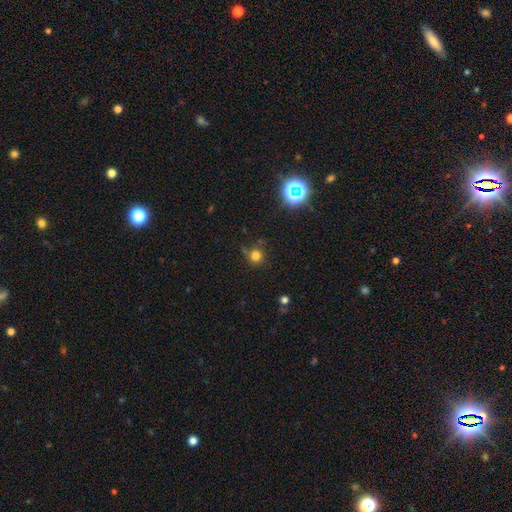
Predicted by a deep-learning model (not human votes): smooth-or-featured: smooth: 74% | star or artifact: 19% | featured or disk: 6%
  how-rounded: round: 93% | in between: 6% | cigar-shaped: 1%
  merging: none: 74% | minor disturbance: 16% | major disturbance: 6% | merger: 4%